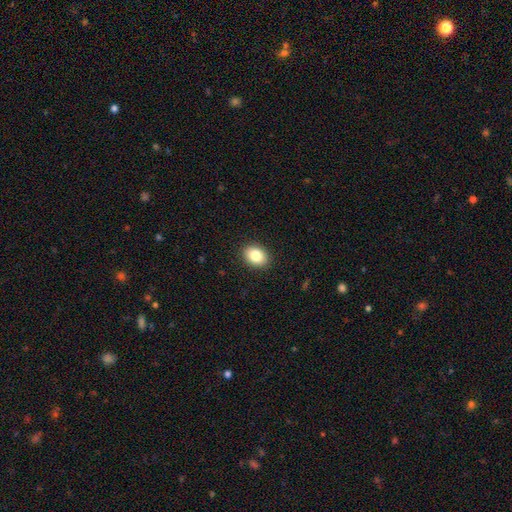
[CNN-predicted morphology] Smooth or featured?
  - smooth: 84% *
  - star or artifact: 9%
  - featured or disk: 7%
How rounded?
  - in between: 69% *
  - round: 30%
  - cigar-shaped: 1%
Merging?
  - none: 90% *
  - minor disturbance: 7%
  - major disturbance: 2%
  - merger: 1%